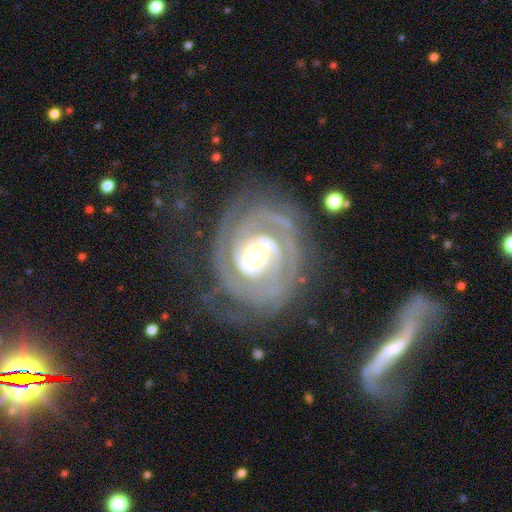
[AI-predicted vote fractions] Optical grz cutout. It shows a featured or disk galaxy (91%) with no bar (49%), 2 (51%) tight (72%) spiral arms (97%) and a moderate central bulge (65%). Merging: none (69%).